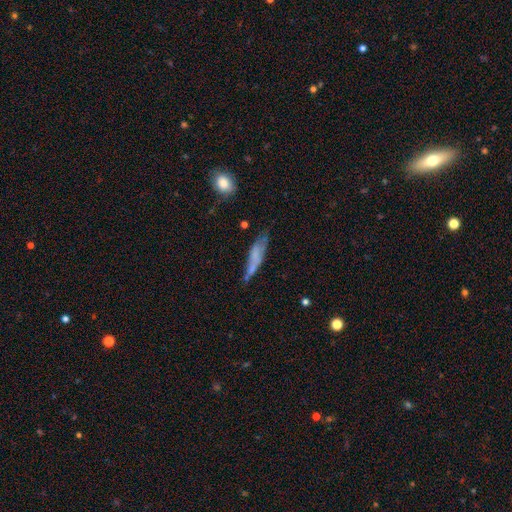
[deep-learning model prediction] Smooth or featured: smooth — 58% (featured or disk — 33%)
How rounded: cigar-shaped — 69% (in between — 29%)
Merging: none — 40% (minor disturbance — 32%)